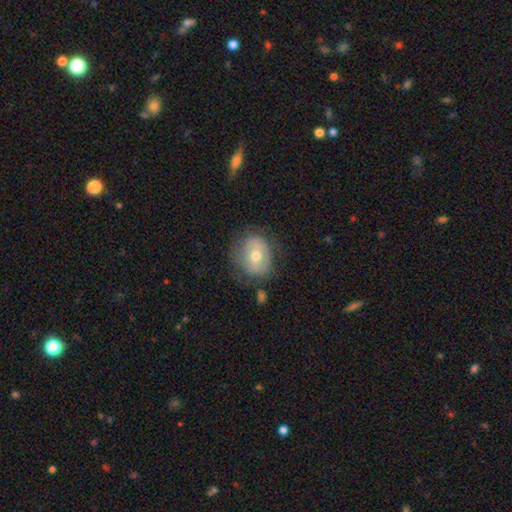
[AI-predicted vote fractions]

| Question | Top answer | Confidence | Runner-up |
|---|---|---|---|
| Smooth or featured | smooth | 50% | featured or disk (42%) |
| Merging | none | 63% | minor disturbance (23%) |